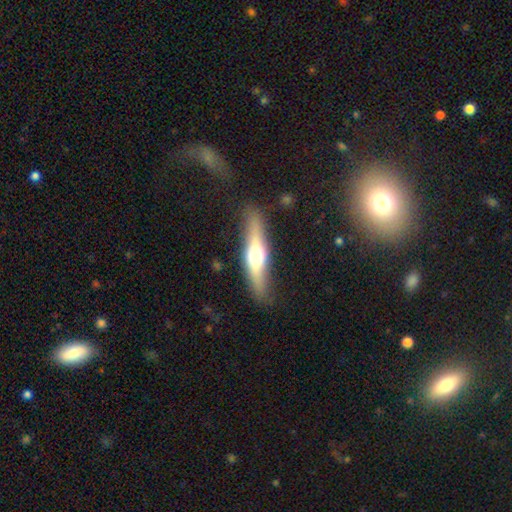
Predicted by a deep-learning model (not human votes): This is possibly a featured or disk galaxy (53%). It is clearly viewed edge-on (88%). Merging: clearly none (85%).